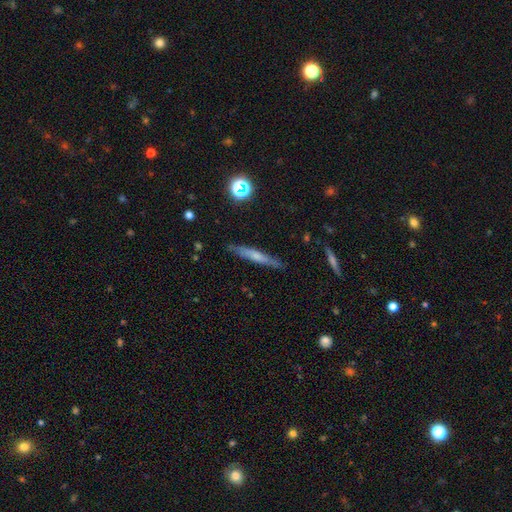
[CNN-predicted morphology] This is possibly a smooth galaxy (49%). Merging: clearly none (85%).